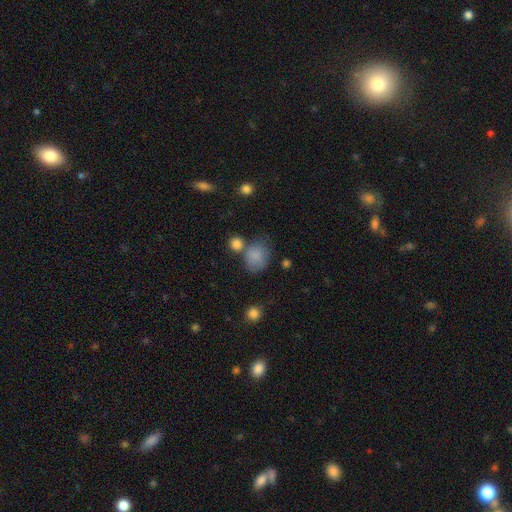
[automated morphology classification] Smooth or featured: smooth — 82% (star or artifact — 10%)
How rounded: round — 56% (in between — 43%)
Merging: none — 52% (minor disturbance — 20%)